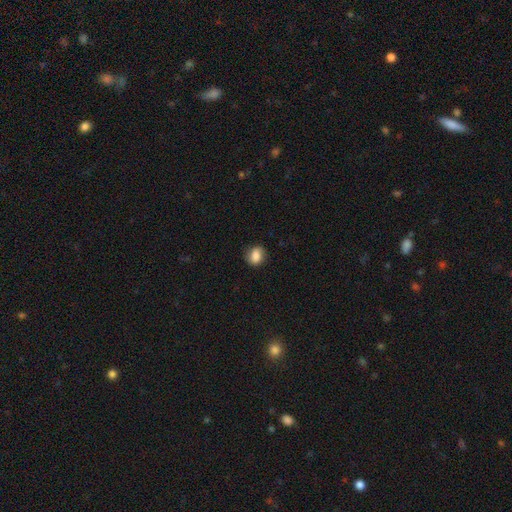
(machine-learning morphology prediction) This is clearly a smooth galaxy (81%). How rounded: possibly round (50%). Merging: likely none (78%).